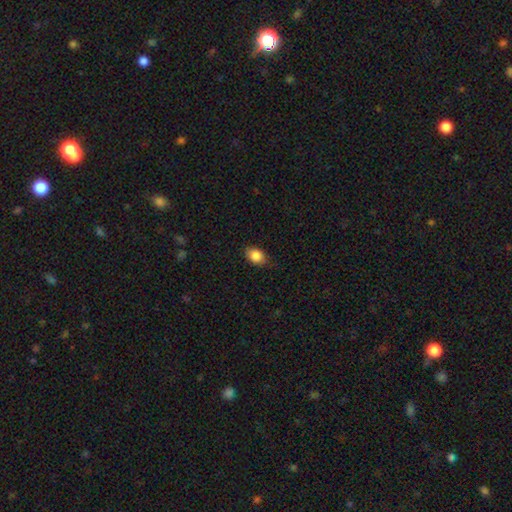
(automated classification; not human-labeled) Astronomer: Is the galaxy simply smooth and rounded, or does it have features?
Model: smooth — 86%.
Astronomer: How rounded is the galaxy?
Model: in between — 72%.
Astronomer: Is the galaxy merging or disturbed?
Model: none — 79%.